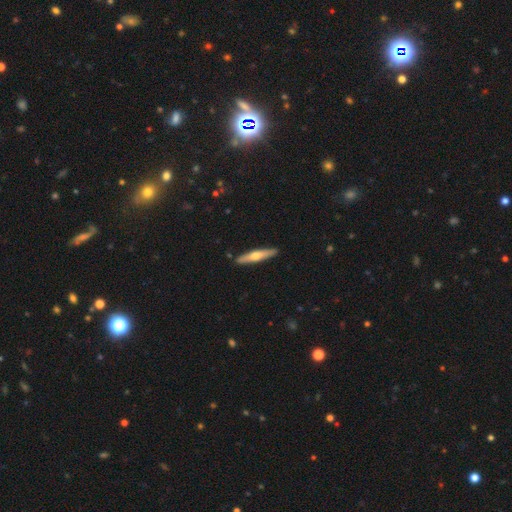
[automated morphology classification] A featured or disk galaxy (48%). Merging: none (90%).